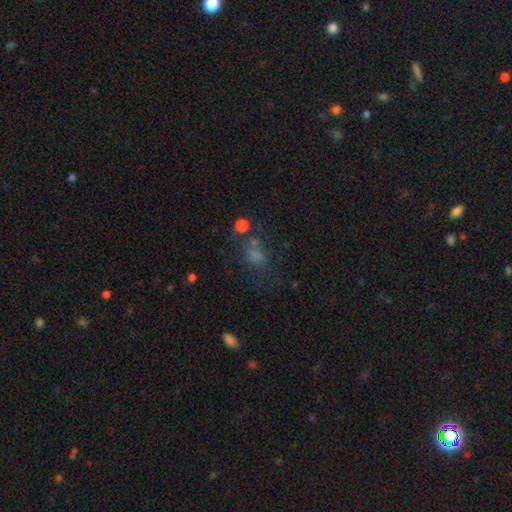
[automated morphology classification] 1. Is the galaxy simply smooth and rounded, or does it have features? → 64% smooth, 22% star or artifact, 14% featured or disk.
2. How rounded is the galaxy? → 49% in between (tied), 49% round (tied), 2% cigar-shaped.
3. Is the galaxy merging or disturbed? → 51% none, 18% minor disturbance, 17% major disturbance, 14% merger.